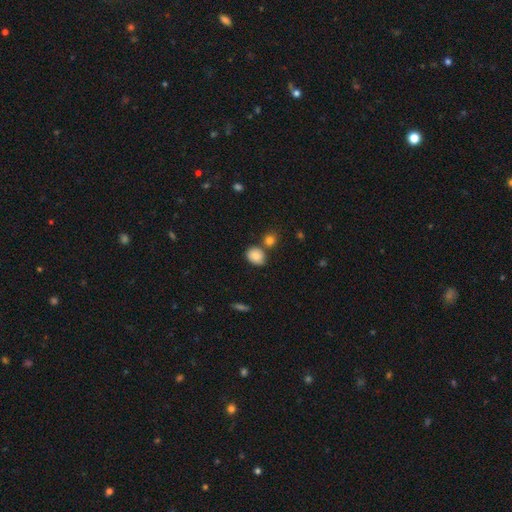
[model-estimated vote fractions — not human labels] Smooth or featured? Predicted: smooth (p=0.85). How rounded? Predicted: round (p=0.49, tied with in between). Merging? Predicted: none (p=0.67).